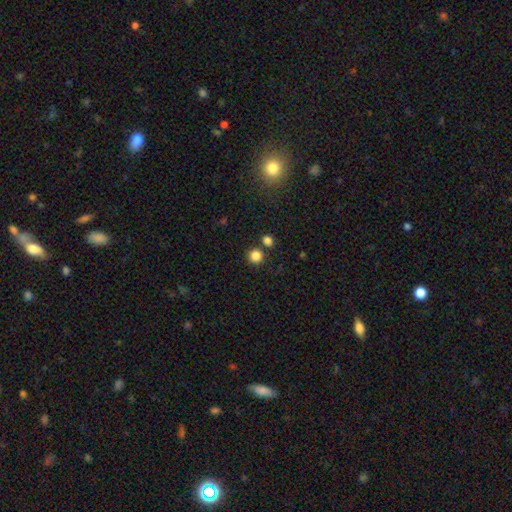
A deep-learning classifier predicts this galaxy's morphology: This appears to be a smooth galaxy with no disk features (84%) that is round (93%). Merging: none (80%).